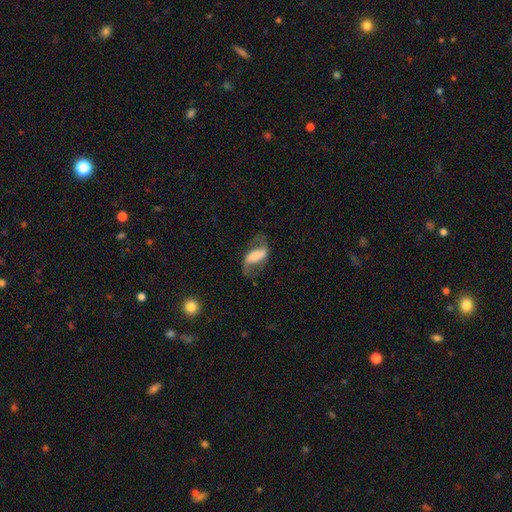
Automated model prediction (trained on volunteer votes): smooth-or-featured: featured or disk: 78% | smooth: 16% | star or artifact: 7%
  disk-edge-on: no: 94% | yes: 6%
    bar: strong: 53% | weak: 29% | no: 18%
    has-spiral-arms: yes: 91% | no: 9%
      spiral-winding: loose: 58% | medium: 33% | tight: 8%
      spiral-arm-count: 2: 91% | 1: 3% | can't tell: 3% | 3: 1% | 4: 1% | more than 4: 1%
    bulge-size: moderate: 26% (tied) | small: 26% (tied) | large: 25% | none: 18% | dominant: 6%
  merging: none: 70% | minor disturbance: 15% | major disturbance: 14% | merger: 2%